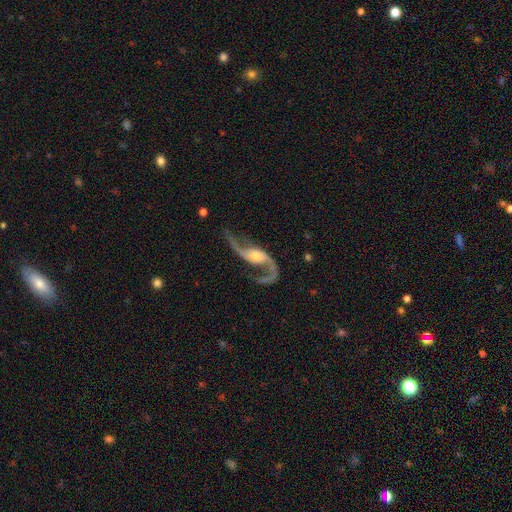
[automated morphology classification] Smooth or featured?
  - featured or disk: 92% *
  - star or artifact: 5%
  - smooth: 4%
Edge-on disk?
  - no: 95% *
  - yes: 5%
Bar?
  - no: 55% *
  - weak: 29%
  - strong: 15%
Spiral arms?
  - yes: 97% *
  - no: 3%
Spiral winding?
  - loose: 81% *
  - medium: 16%
  - tight: 3%
Spiral arm count?
  - 2: 93% *
  - 1: 3%
  - can't tell: 1%
  - 3: 1%
  - 4: 1%
  - more than 4: 1%
Bulge size?
  - small: 45% *
  - moderate: 41%
  - large: 7%
  - none: 4%
  - dominant: 2%
Merging?
  - none: 69% *
  - minor disturbance: 14%
  - major disturbance: 14%
  - merger: 3%